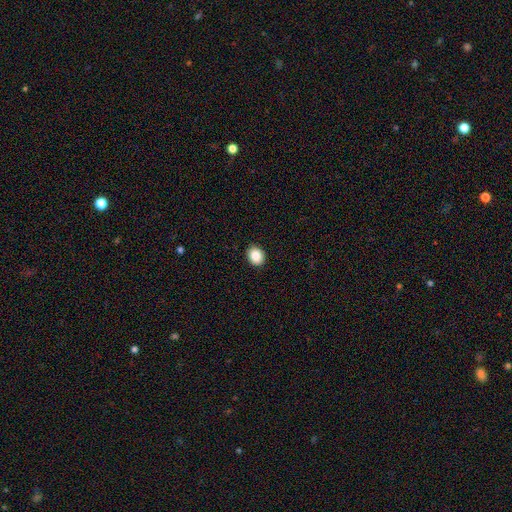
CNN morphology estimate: Smooth or featured? smooth (87%)
How rounded? round (52%)
Merging? none (91%)